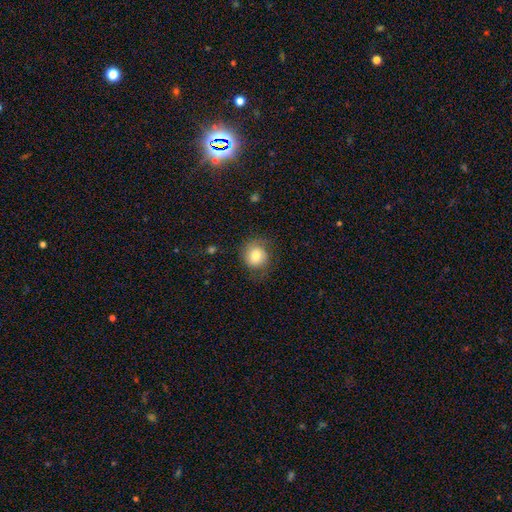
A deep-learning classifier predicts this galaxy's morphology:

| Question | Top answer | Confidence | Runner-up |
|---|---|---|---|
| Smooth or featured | smooth | 68% | featured or disk (24%) |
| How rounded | round | 83% | in between (16%) |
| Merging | none | 68% | minor disturbance (20%) |